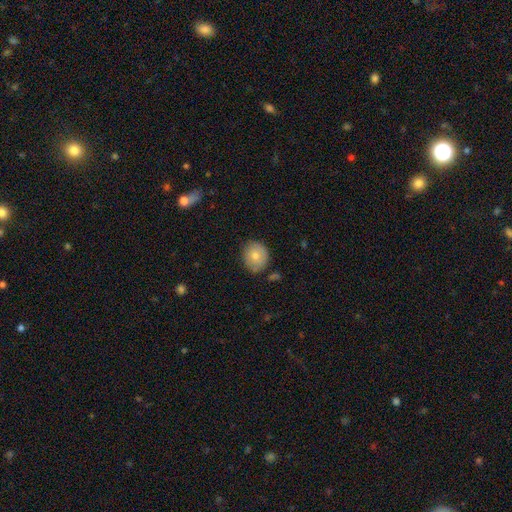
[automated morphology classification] Smooth or featured: smooth — 74% (featured or disk — 18%)
How rounded: round — 78% (in between — 21%)
Merging: none — 79% (minor disturbance — 16%)